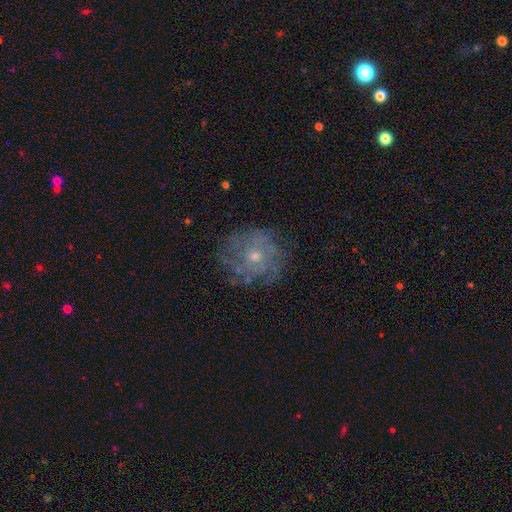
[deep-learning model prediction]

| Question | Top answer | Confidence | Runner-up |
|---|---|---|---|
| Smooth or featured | featured or disk | 68% | smooth (19%) |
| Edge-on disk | no | 97% | yes (3%) |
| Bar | no | 84% | weak (14%) |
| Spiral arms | yes | 75% | no (25%) |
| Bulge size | small | 54% | moderate (42%) |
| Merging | none | 76% | minor disturbance (15%) |